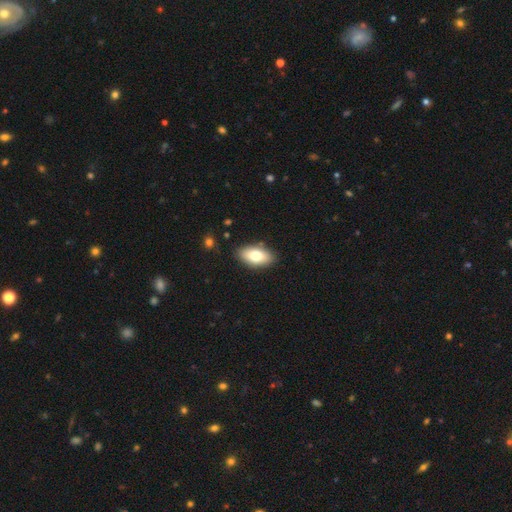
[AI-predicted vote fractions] smooth 76%, featured or disk 17%, star or artifact 7%. Down the decision tree: how rounded — in between (92%); merging — none (87%).